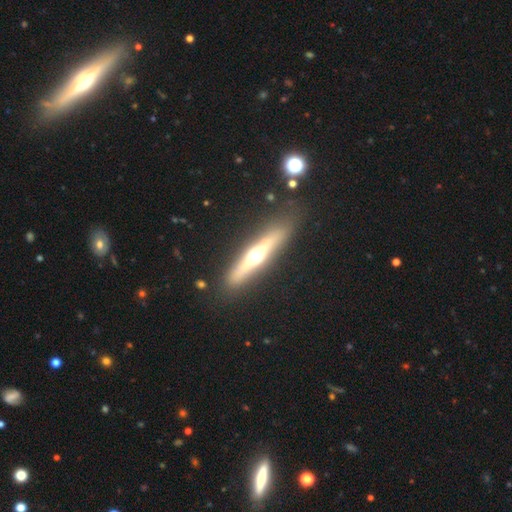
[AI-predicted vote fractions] Overall: featured or disk (64%; smooth 29%). Edge-on disk: yes (93%). Edge-on bulge: rounded (94%). Merging: none (84%).